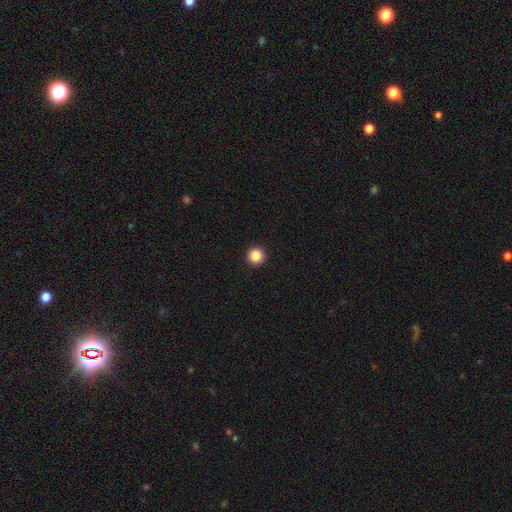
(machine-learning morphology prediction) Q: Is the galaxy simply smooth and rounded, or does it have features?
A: smooth — 86%.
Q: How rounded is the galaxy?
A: round — 96%.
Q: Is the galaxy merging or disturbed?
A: none — 94%.